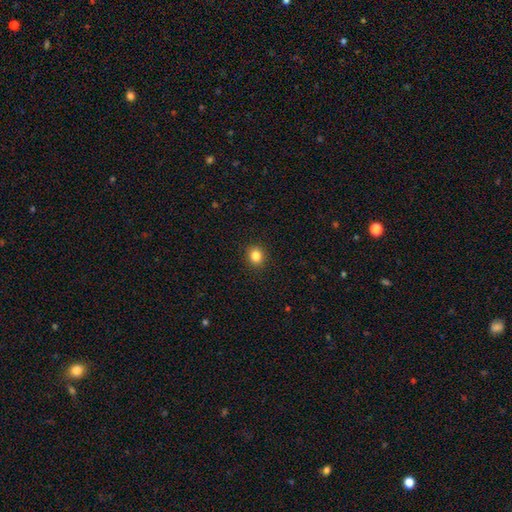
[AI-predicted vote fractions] Smooth or featured?
  - smooth: 85% *
  - star or artifact: 11%
  - featured or disk: 4%
How rounded?
  - round: 77% *
  - in between: 22%
  - cigar-shaped: 1%
Merging?
  - none: 91% *
  - minor disturbance: 6%
  - major disturbance: 2%
  - merger: 1%